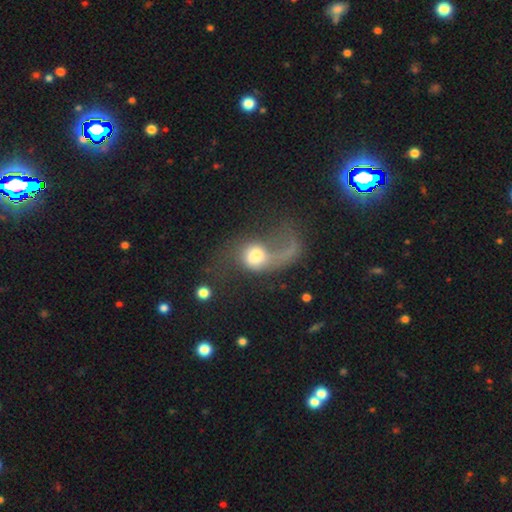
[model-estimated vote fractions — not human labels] A smooth galaxy with no disk features (48%). Merging: major disturbance (60%).